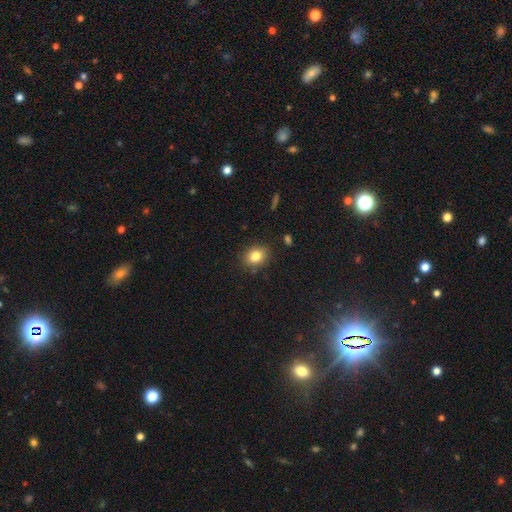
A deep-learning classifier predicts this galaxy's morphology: smooth_or_featured: smooth (p=0.82) [alt: star or artifact p=0.10]
how_rounded: round (p=0.53) [alt: in between p=0.46]
merging: none (p=0.85) [alt: minor disturbance p=0.10]